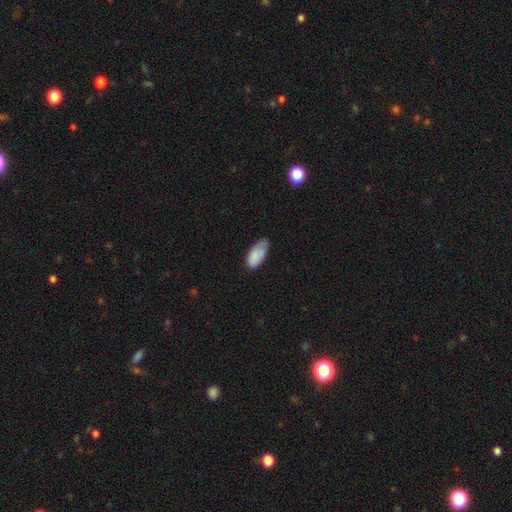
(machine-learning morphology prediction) smooth 84%, featured or disk 9%, star or artifact 7%. Down the decision tree: how rounded — in between (93%); merging — none (51%).